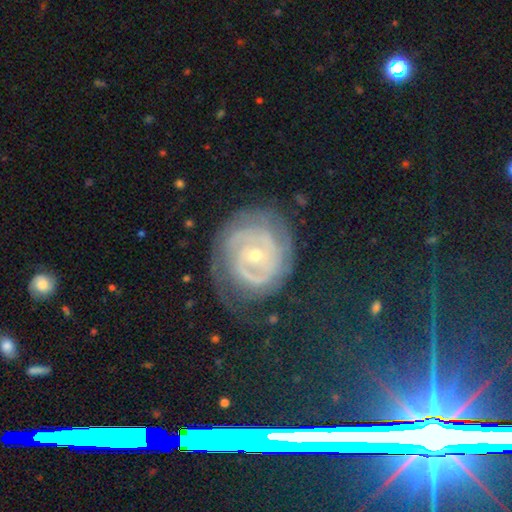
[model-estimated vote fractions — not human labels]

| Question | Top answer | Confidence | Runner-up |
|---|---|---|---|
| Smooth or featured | featured or disk | 84% | smooth (8%) |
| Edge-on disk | no | 97% | yes (3%) |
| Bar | no | 61% | weak (30%) |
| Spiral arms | yes | 93% | no (7%) |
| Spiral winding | tight | 71% | medium (22%) |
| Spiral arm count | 2 | 34% | can't tell (33%) |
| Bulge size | small | 68% | moderate (29%) |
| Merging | none | 66% | minor disturbance (20%) |